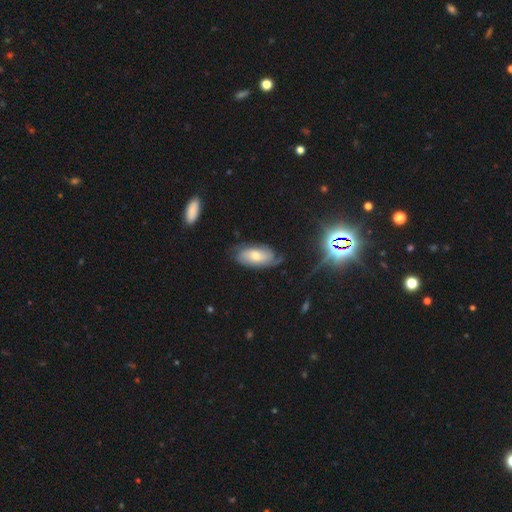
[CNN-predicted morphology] Smooth or featured?
  - smooth: 47% *
  - featured or disk: 44%
  - star or artifact: 9%
Merging?
  - none: 63% *
  - minor disturbance: 27%
  - major disturbance: 9%
  - merger: 2%